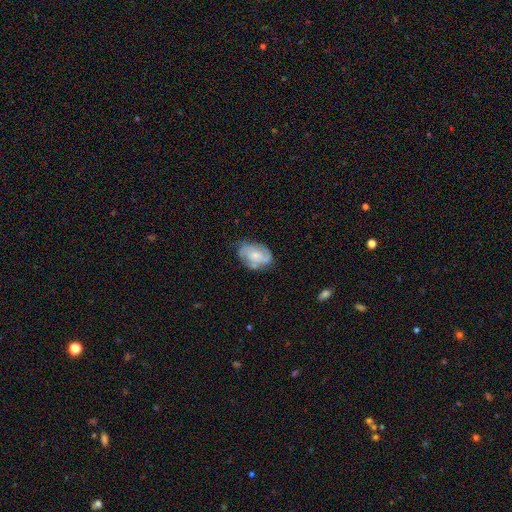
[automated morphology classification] smooth_or_featured: featured or disk (p=0.54) [alt: smooth p=0.39]
disk_edge_on: no (p=0.96) [alt: yes p=0.04]
bar: no (p=0.71) [alt: weak p=0.24]
has_spiral_arms: yes (p=0.74) [alt: no p=0.26]
bulge_size: small (p=0.50) [alt: moderate p=0.37]
merging: none (p=0.57) [alt: minor disturbance p=0.28]